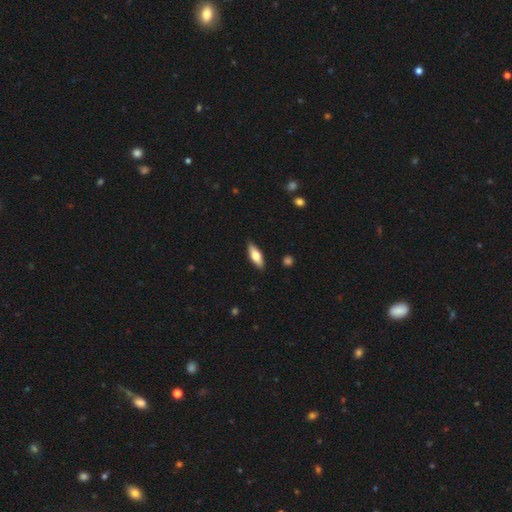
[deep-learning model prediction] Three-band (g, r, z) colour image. It shows a smooth galaxy with no disk features (64%) that is in between round and cigar-shaped (65%). Merging: none (88%).